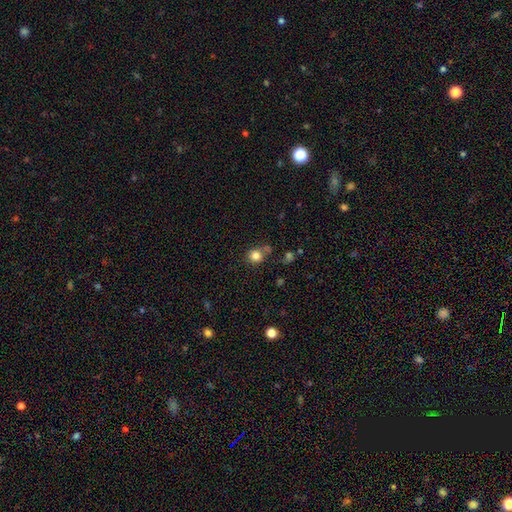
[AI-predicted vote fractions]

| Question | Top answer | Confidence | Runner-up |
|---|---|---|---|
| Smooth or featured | smooth | 81% | star or artifact (12%) |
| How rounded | round | 87% | in between (12%) |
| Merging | none | 68% | minor disturbance (14%) |